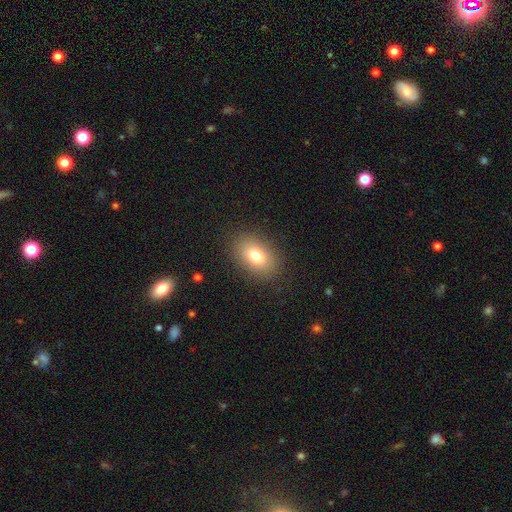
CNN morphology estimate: type=smooth (78%); roundness=in between (83%); merging=none (87%).